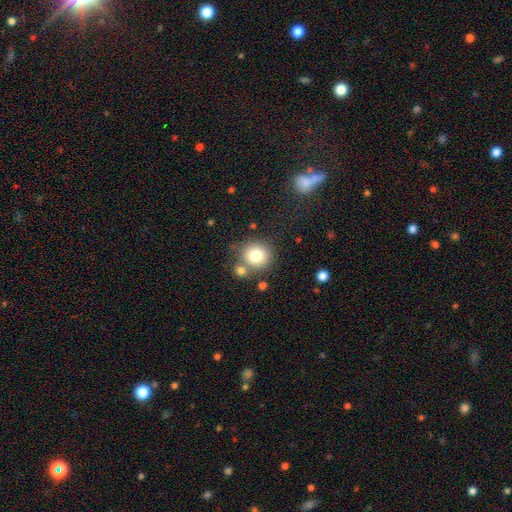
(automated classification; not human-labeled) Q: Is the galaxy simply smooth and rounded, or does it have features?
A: smooth — 78%.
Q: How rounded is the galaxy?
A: round — 89%.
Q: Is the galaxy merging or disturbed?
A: none — 68%.